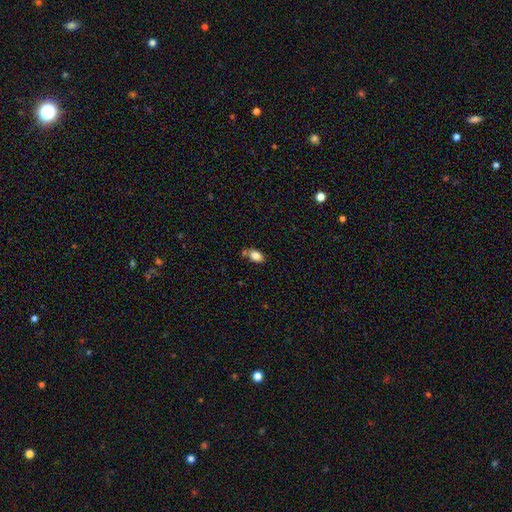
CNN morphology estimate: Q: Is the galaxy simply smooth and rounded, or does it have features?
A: smooth — 84%.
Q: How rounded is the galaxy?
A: in between — 89%.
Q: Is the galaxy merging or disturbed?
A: none — 63%.